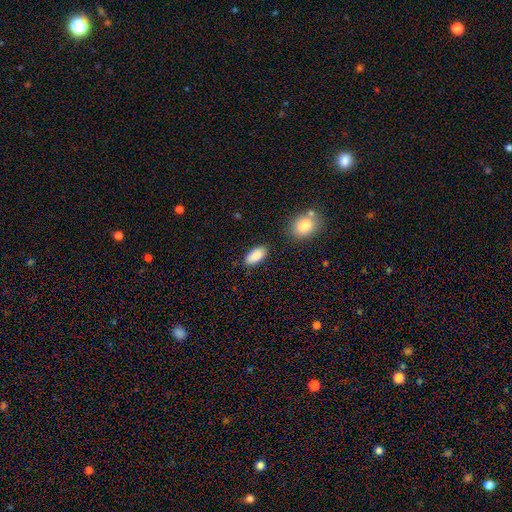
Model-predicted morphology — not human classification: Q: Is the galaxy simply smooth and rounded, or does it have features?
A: smooth — 89%.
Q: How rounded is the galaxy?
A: in between — 91%.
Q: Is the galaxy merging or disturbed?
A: none — 84%.